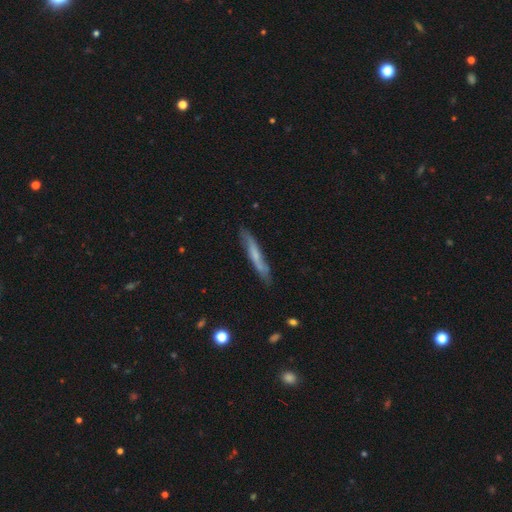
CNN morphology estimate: The model was most divided on "smooth or featured": smooth: 48%, featured or disk: 45%, star or artifact: 6%. More confident: merging — none (78%).